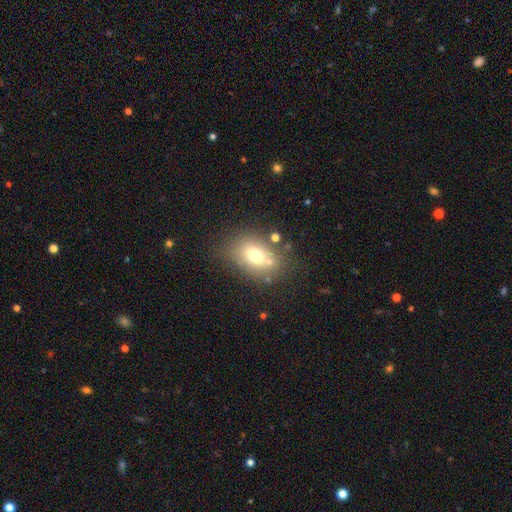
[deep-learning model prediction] This is likely a smooth galaxy (69%). How rounded: likely in between (73%). Merging: likely none (69%).